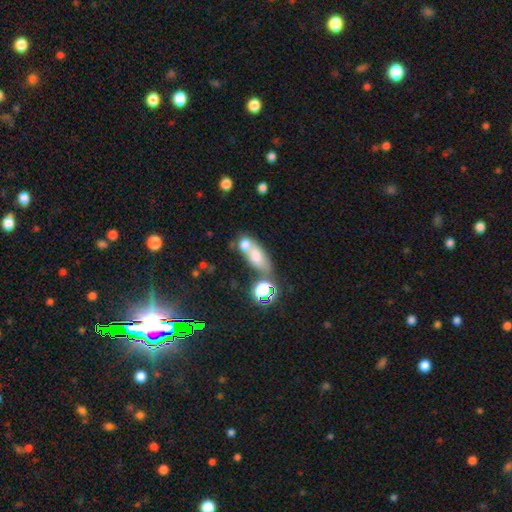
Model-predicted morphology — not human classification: Smooth or featured? Predicted: smooth (p=0.64). How rounded? Predicted: in between (p=0.66). Merging? Predicted: merger (p=0.41).